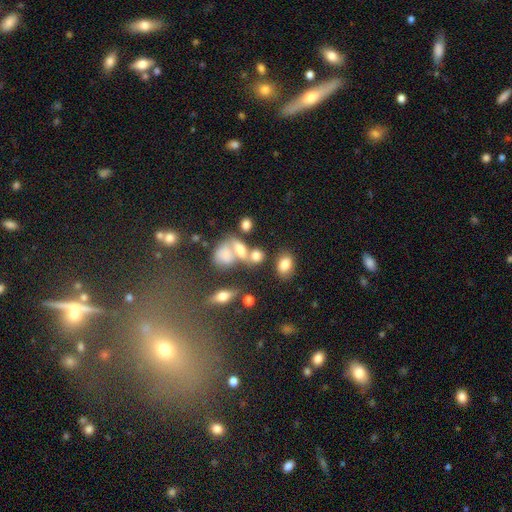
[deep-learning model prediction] Morphology: type=smooth (67%); roundness=in between (61%); merging=merger (40%).